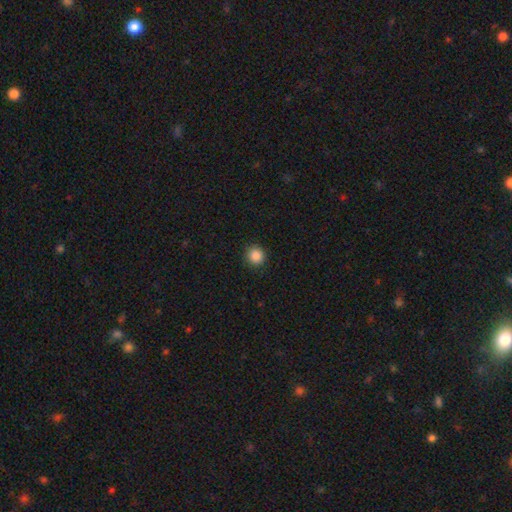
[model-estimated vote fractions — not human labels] A smooth galaxy with no disk features (87%) that is round (93%).

Vote fractions:
- Smooth or featured? smooth: 87% / star or artifact: 10% / featured or disk: 3%
- How rounded? round: 93% / in between: 6% / cigar-shaped: 1%
- Merging? none: 92% / minor disturbance: 5% / major disturbance: 2% / merger: 1%